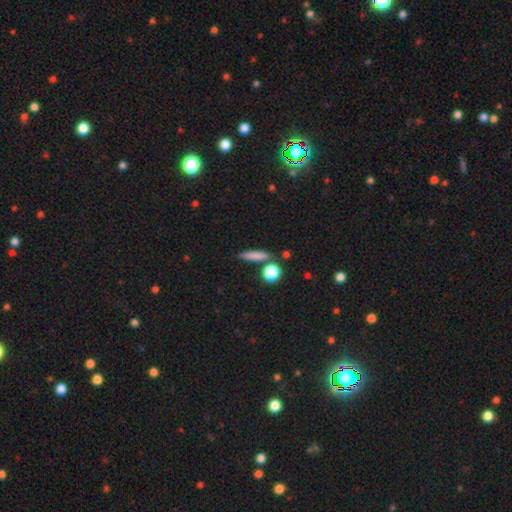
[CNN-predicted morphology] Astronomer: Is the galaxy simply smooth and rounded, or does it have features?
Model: smooth — 78%.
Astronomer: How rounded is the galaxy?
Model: cigar-shaped — 71%.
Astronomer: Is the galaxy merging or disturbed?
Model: none — 80%.